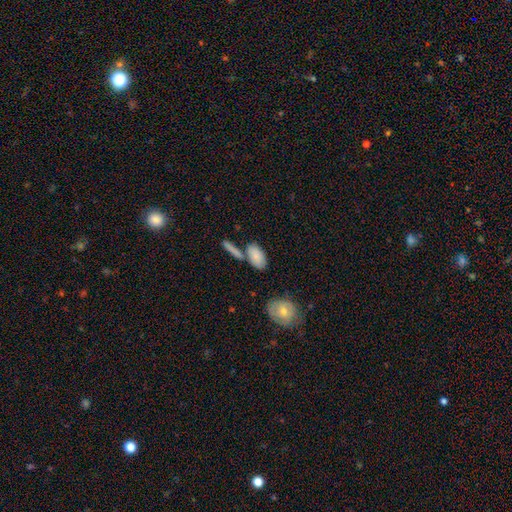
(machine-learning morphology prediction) Smooth or featured? Predicted: smooth (p=0.80). How rounded? Predicted: in between (p=0.90). Merging? Predicted: none (p=0.54).